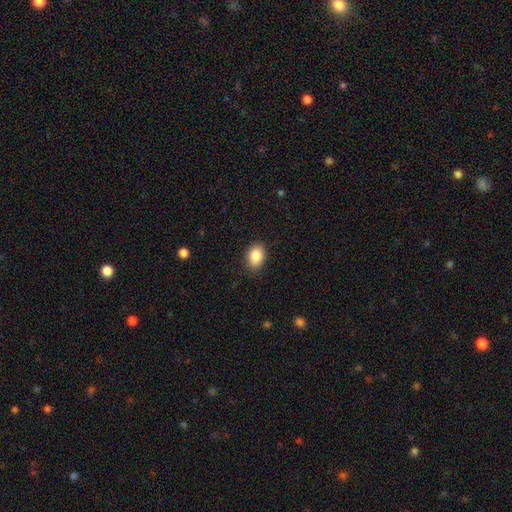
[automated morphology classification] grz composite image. It shows a smooth galaxy with no disk features (85%) that is in between round and cigar-shaped (82%). Merging: none (86%).